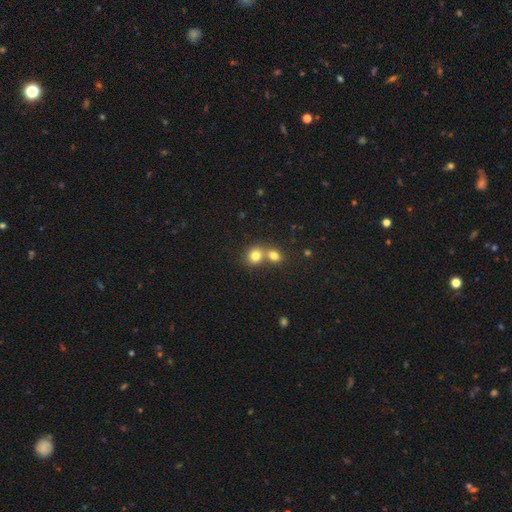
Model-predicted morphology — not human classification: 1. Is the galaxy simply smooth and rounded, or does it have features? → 79% smooth, 12% star or artifact, 9% featured or disk.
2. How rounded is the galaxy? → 77% round, 22% in between, 1% cigar-shaped.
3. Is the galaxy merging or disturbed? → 52% merger, 40% none, 6% minor disturbance, 2% major disturbance.